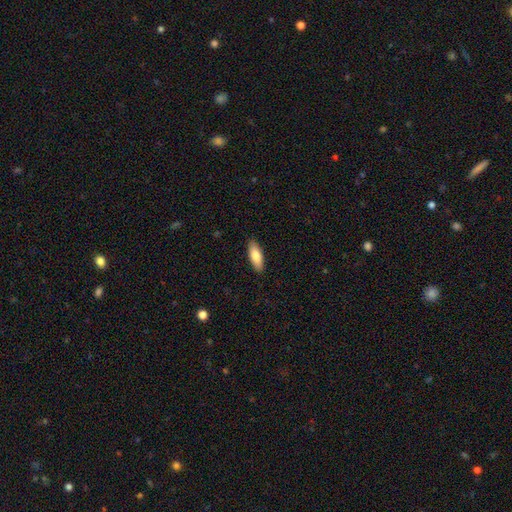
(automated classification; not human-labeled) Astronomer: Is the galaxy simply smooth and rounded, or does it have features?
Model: smooth — 83%.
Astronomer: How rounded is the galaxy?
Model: in between — 66%.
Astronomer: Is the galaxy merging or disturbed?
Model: none — 89%.